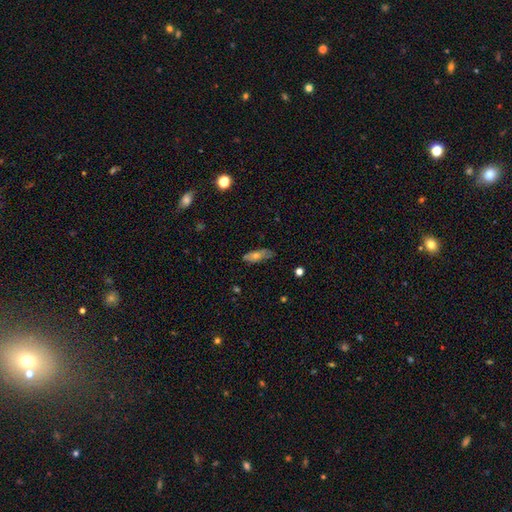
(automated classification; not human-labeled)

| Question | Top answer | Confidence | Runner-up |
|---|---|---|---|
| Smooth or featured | smooth | 49% | featured or disk (41%) |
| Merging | none | 74% | minor disturbance (20%) |